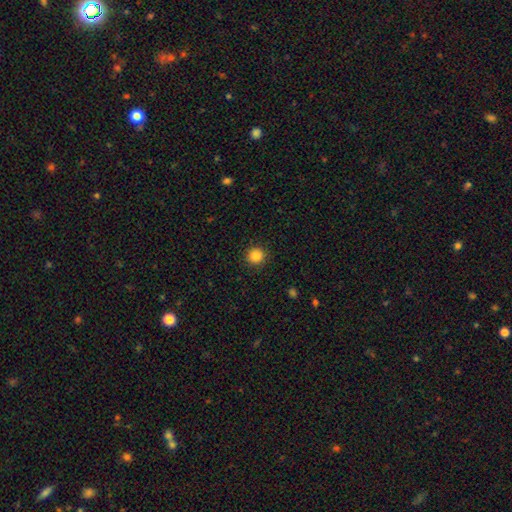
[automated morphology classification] Overall: smooth (86%). How rounded: round (93%). Merging: none (90%).